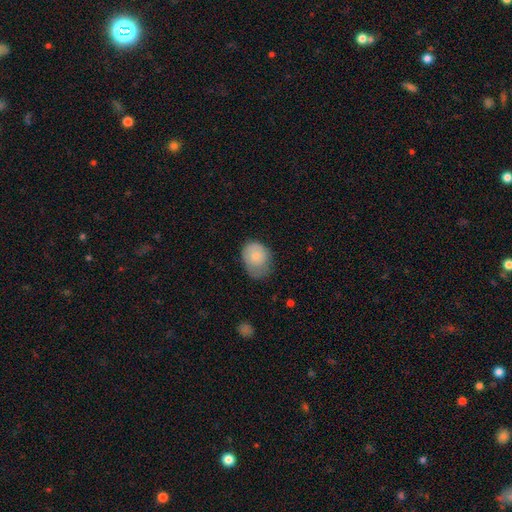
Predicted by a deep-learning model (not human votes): Smooth or featured? smooth (79%)
How rounded? in between (56%)
Merging? minor disturbance (41%)